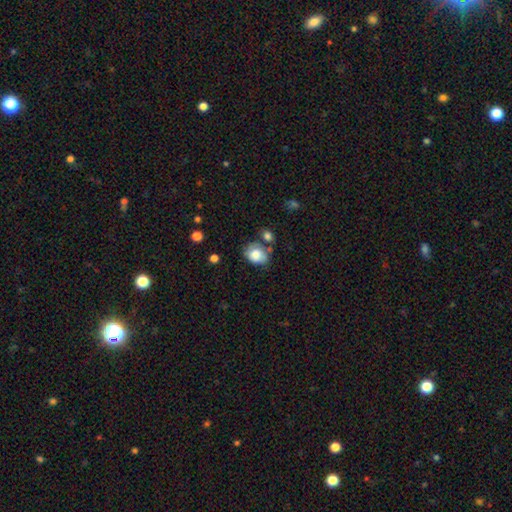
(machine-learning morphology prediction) A smooth galaxy with no disk features (79%) that is in between round and cigar-shaped (55%). Merging: none (47%).